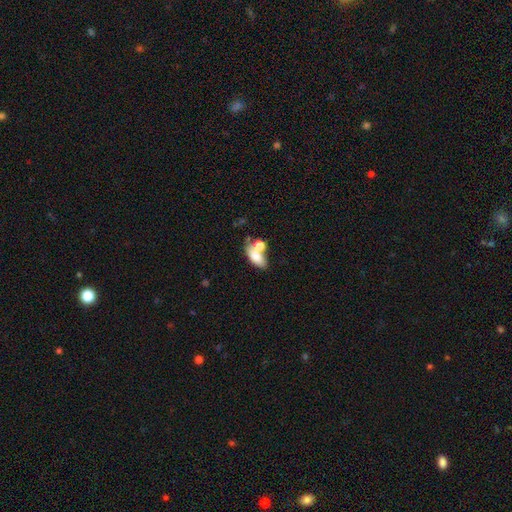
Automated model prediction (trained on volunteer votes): Smooth or featured? Predicted: smooth (p=0.72). How rounded? Predicted: in between (p=0.84). Merging? Predicted: merger (p=0.43).